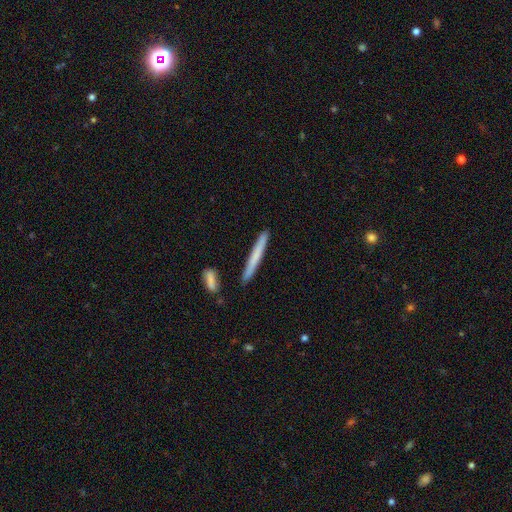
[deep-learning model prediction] Smooth or featured? smooth (66%)
How rounded? cigar-shaped (97%)
Merging? none (88%)